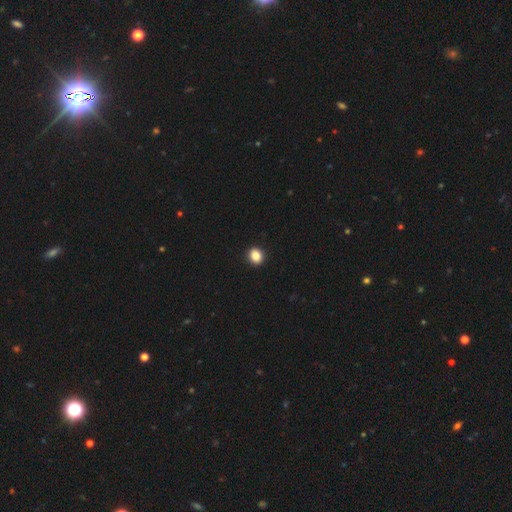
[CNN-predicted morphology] smooth-or-featured: smooth: 86% | star or artifact: 10% | featured or disk: 4%
  how-rounded: round: 71% | in between: 28% | cigar-shaped: 1%
  merging: none: 93% | minor disturbance: 5% | major disturbance: 1% | merger: 1%